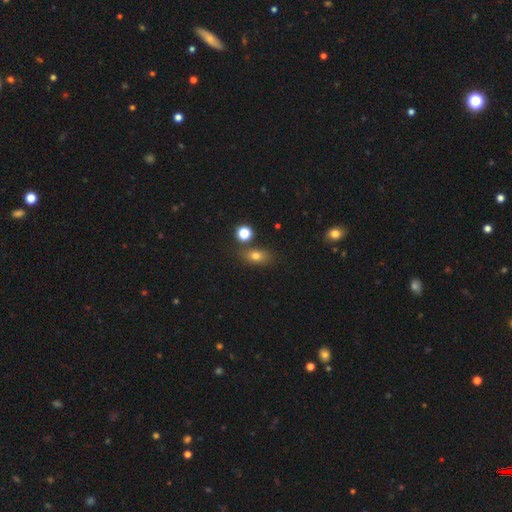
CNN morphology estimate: This is likely a smooth galaxy (76%). How rounded: likely in between (72%). Merging: likely none (72%).